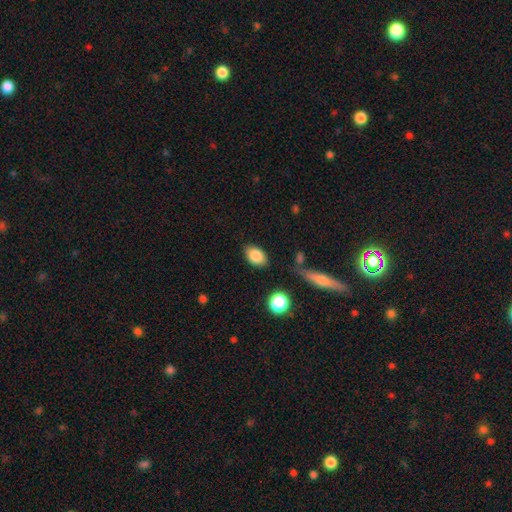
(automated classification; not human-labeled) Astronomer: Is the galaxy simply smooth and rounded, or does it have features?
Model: smooth — 86%.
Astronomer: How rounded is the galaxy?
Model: in between — 84%.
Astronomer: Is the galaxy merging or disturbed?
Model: none — 83%.